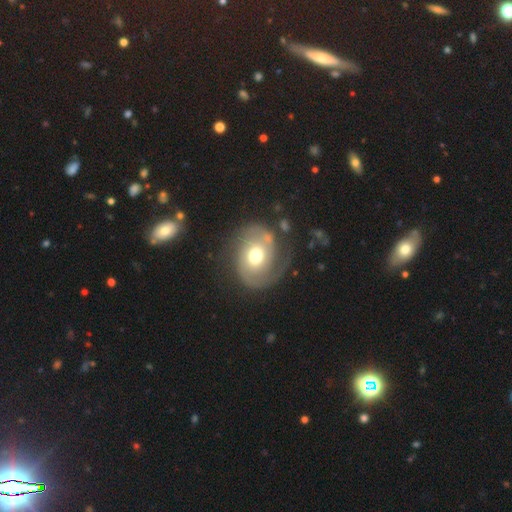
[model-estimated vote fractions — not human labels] This appears to be a featured or disk galaxy (75%) with no bar (71%), 2 (76%) medium (40%, tied with tight) spiral arms (89%) and a moderate central bulge (69%). Merging: none (64%).